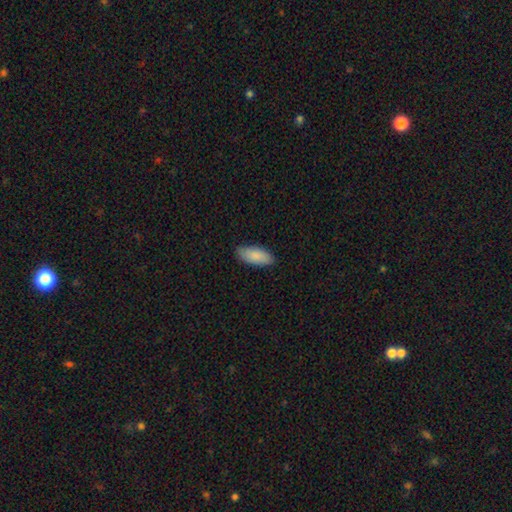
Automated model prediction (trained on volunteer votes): Smooth or featured: smooth — 87% (featured or disk — 8%)
How rounded: in between — 86% (cigar-shaped — 12%)
Merging: none — 84% (minor disturbance — 13%)